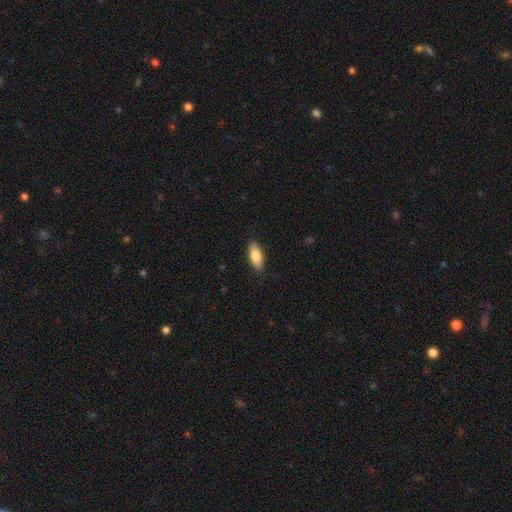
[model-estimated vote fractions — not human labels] A smooth galaxy with no disk features (81%) that is in between round and cigar-shaped (84%).

Vote fractions:
- Smooth or featured? smooth: 81% / featured or disk: 13% / star or artifact: 6%
- How rounded? in between: 84% / cigar-shaped: 14% / round: 2%
- Merging? none: 87% / minor disturbance: 10% / major disturbance: 2% / merger: 1%